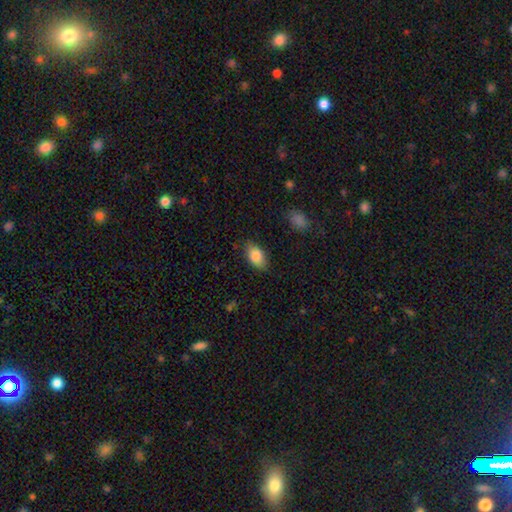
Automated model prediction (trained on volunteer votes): A smooth galaxy with no disk features (85%) that is in between round and cigar-shaped (92%). Merging: none (80%).